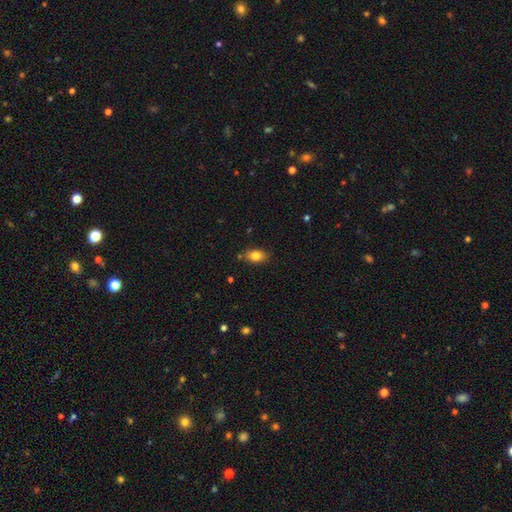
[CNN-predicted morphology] type=smooth (82%); roundness=in between (83%); merging=none (82%).